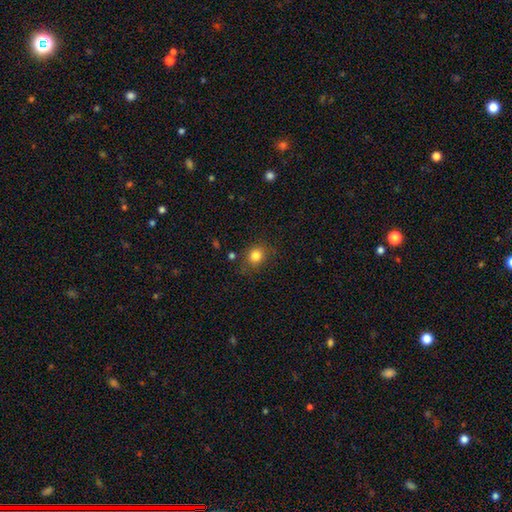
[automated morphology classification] smooth_or_featured: smooth (p=0.82) [alt: star or artifact p=0.12]
how_rounded: round (p=0.77) [alt: in between p=0.23]
merging: none (p=0.79) [alt: minor disturbance p=0.14]